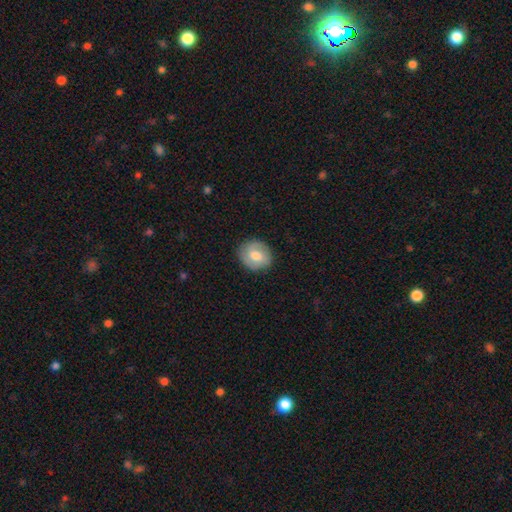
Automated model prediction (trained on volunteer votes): This appears to be a smooth galaxy with no disk features (63%) that is round (79%). Merging: none (85%).